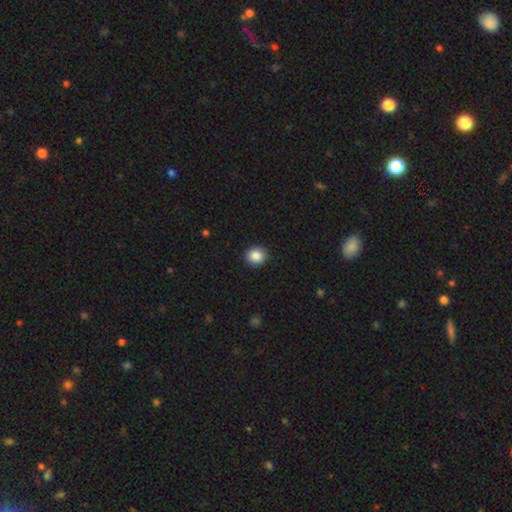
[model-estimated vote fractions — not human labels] This is clearly a smooth galaxy (87%). How rounded: clearly round (86%). Merging: clearly none (92%).